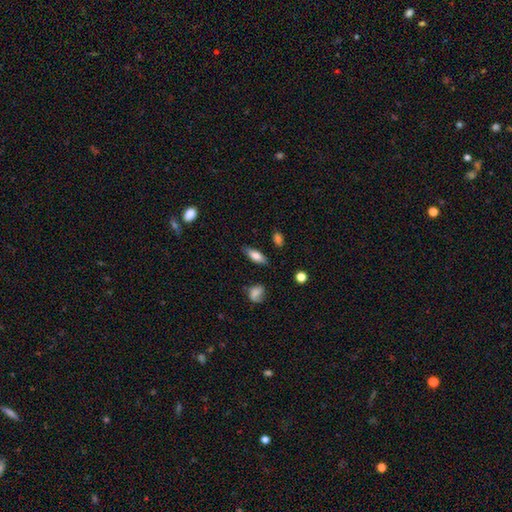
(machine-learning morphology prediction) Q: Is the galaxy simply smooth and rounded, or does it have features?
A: smooth — 72%.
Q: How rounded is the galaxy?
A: in between — 69%.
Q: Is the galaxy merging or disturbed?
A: none — 82%.